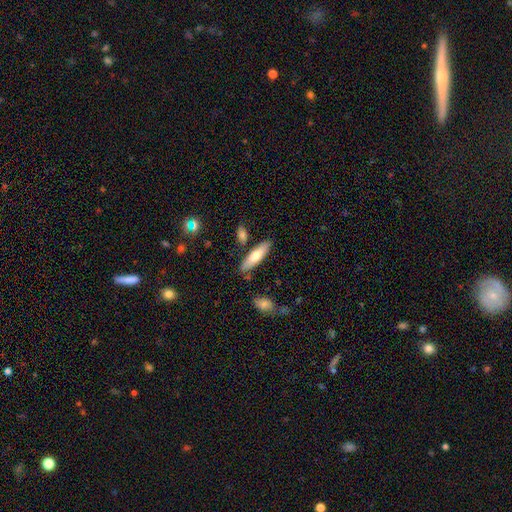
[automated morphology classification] A smooth galaxy with no disk features (69%) that is cigar-shaped (63%). Merging: none (81%).